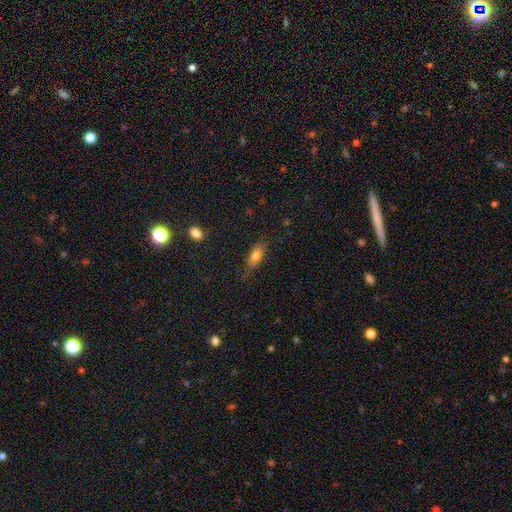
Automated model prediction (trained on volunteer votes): Smooth or featured: smooth — 75% (featured or disk — 16%)
How rounded: in between — 77% (cigar-shaped — 19%)
Merging: none — 73% (minor disturbance — 20%)